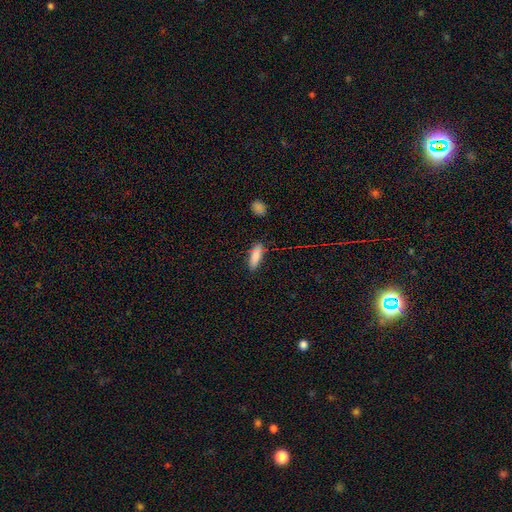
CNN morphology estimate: Overall: smooth (83%). How rounded: in between (51%; cigar-shaped 47%). Merging: none (81%).